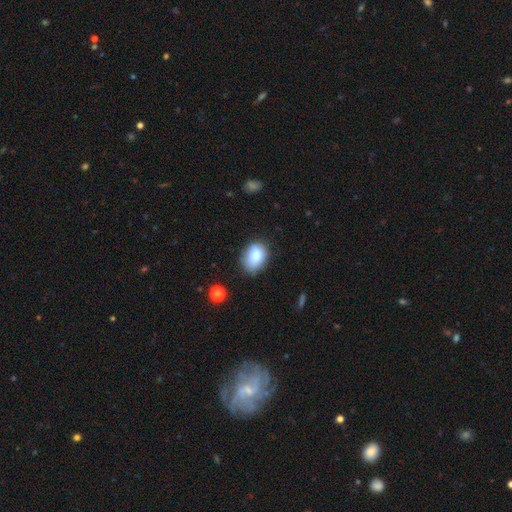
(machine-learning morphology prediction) smooth 84%, star or artifact 9%, featured or disk 7%. Down the decision tree: how rounded — in between (68%); merging — none (70%).